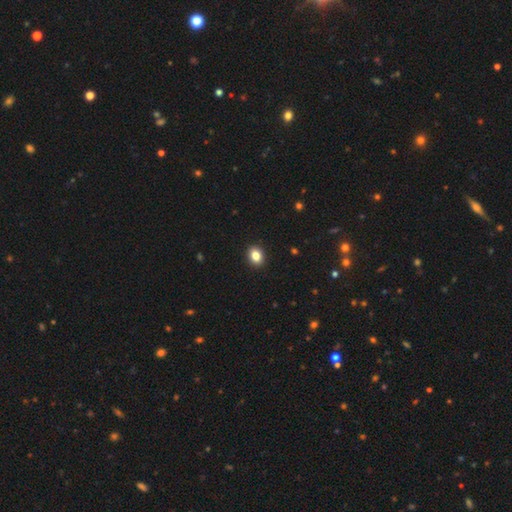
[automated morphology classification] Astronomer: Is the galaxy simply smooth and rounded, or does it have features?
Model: smooth — 84%.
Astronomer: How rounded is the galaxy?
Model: round — 53% (runner-up: in between, 46%).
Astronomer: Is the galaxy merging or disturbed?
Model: none — 92%.